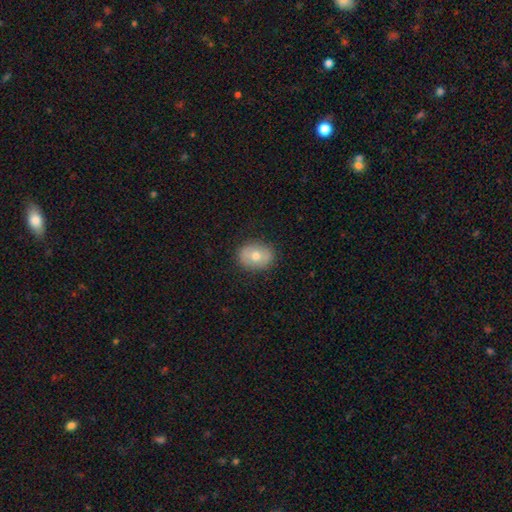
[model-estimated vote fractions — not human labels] Smooth or featured?
  - smooth: 68% *
  - featured or disk: 25%
  - star or artifact: 7%
How rounded?
  - in between: 60% *
  - round: 38%
  - cigar-shaped: 1%
Merging?
  - none: 86% *
  - minor disturbance: 10%
  - major disturbance: 3%
  - merger: 1%